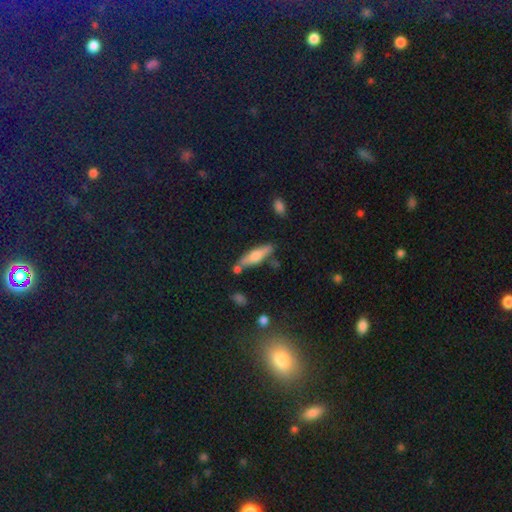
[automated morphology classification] Smooth or featured?
  - smooth: 56% *
  - featured or disk: 38%
  - star or artifact: 6%
How rounded?
  - cigar-shaped: 69% *
  - in between: 29%
  - round: 2%
Merging?
  - none: 70% *
  - minor disturbance: 15%
  - merger: 11%
  - major disturbance: 4%